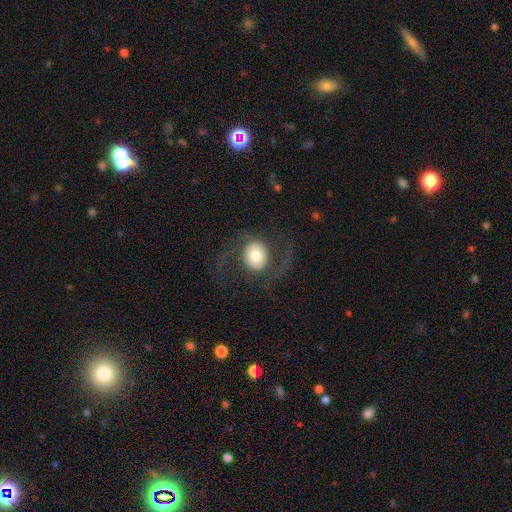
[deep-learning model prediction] featured or disk 51%, smooth 41%, star or artifact 8%. Down the decision tree: edge-on disk — no (96%); merging — none (69%).